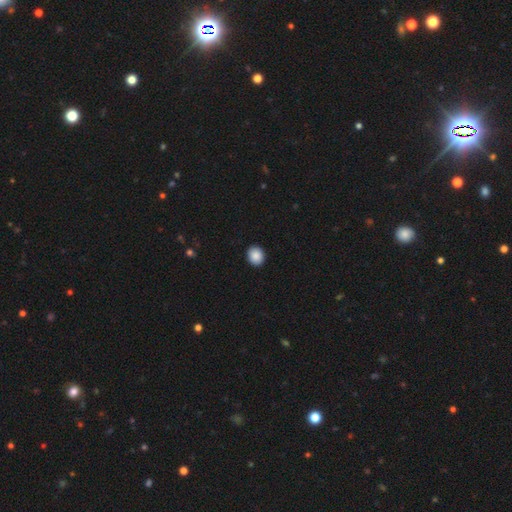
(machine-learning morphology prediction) type=smooth (89%); roundness=round (68%); merging=none (92%).